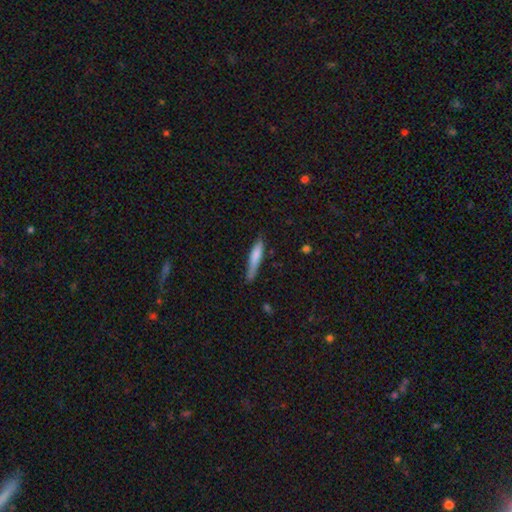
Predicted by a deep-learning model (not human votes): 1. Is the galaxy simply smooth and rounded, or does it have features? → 74% smooth, 20% featured or disk, 6% star or artifact.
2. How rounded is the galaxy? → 88% cigar-shaped, 10% in between, 1% round.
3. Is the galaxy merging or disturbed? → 63% none, 28% minor disturbance, 6% major disturbance, 3% merger.